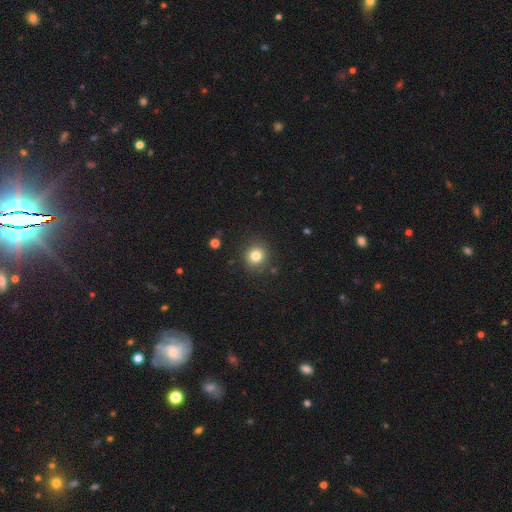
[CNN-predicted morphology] smooth_or_featured: smooth (p=0.80) [alt: star or artifact p=0.13]
how_rounded: round (p=0.87) [alt: in between p=0.12]
merging: none (p=0.88) [alt: minor disturbance p=0.08]